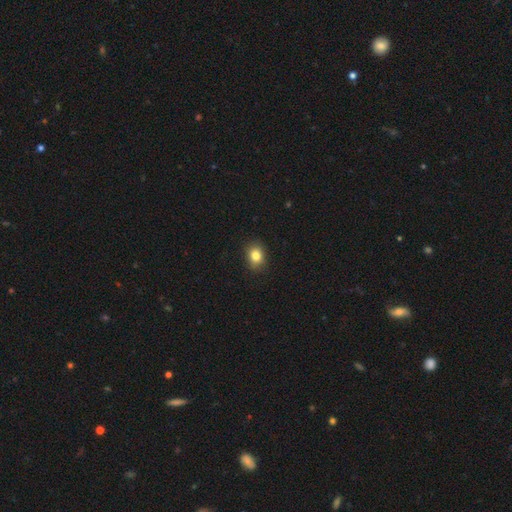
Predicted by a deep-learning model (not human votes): Smooth or featured? Predicted: smooth (p=0.83). How rounded? Predicted: in between (p=0.51). Merging? Predicted: none (p=0.87).